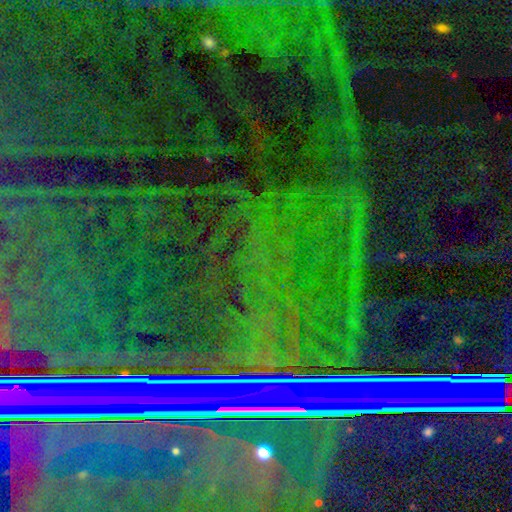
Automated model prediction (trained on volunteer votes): Smooth or featured? star or artifact (87%)